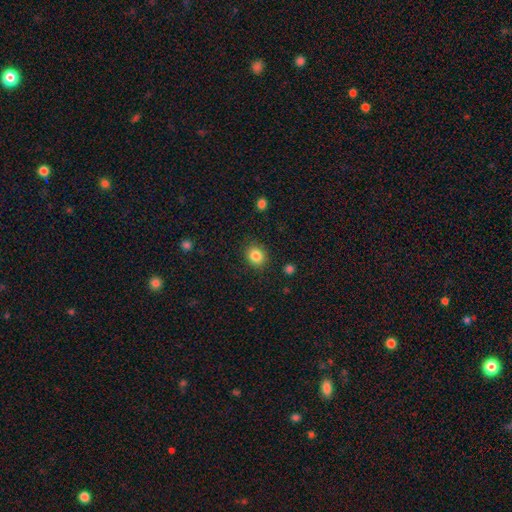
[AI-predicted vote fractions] smooth 85%, star or artifact 10%, featured or disk 5%. Down the decision tree: how rounded — round (72%); merging — none (87%).